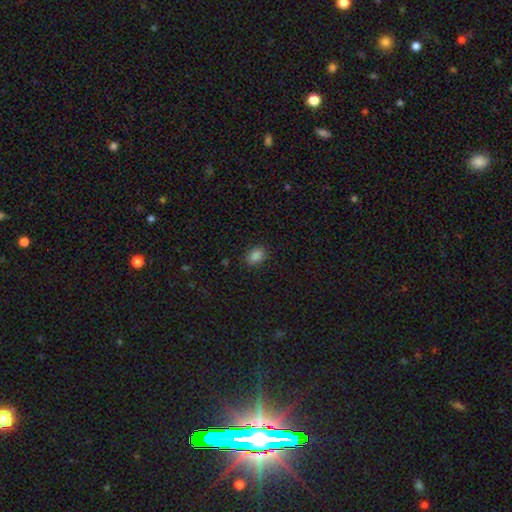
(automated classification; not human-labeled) smooth_or_featured: smooth (p=0.86) [alt: star or artifact p=0.11]
how_rounded: in between (p=0.81) [alt: round p=0.18]
merging: none (p=0.87) [alt: minor disturbance p=0.10]